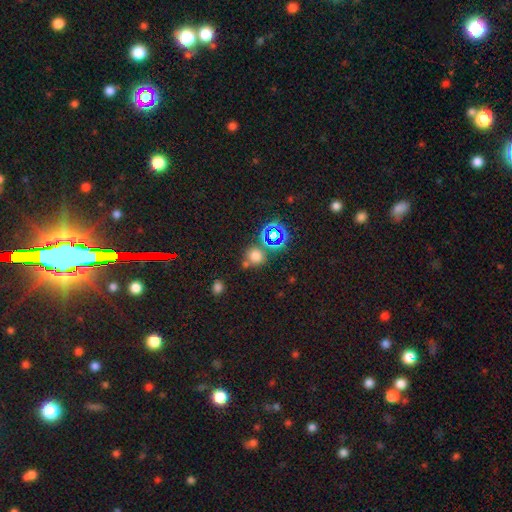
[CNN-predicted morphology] A smooth galaxy with no disk features (66%) that is round (88%).

Vote fractions:
- Smooth or featured? smooth: 66% / star or artifact: 28% / featured or disk: 7%
- How rounded? round: 88% / in between: 11% / cigar-shaped: 1%
- Merging? none: 66% / merger: 19% / minor disturbance: 10% / major disturbance: 5%